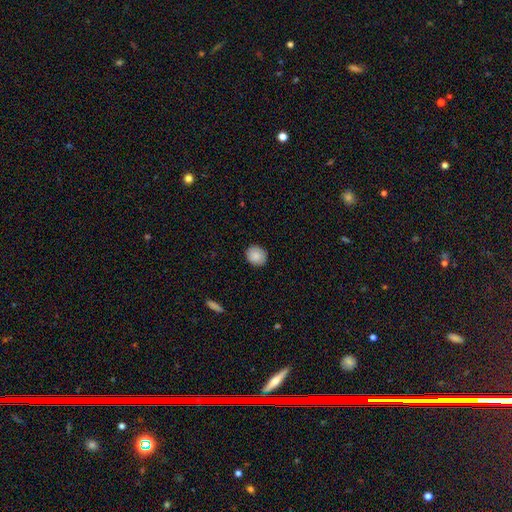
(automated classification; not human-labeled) Smooth or featured? smooth (87%)
How rounded? round (78%)
Merging? none (89%)